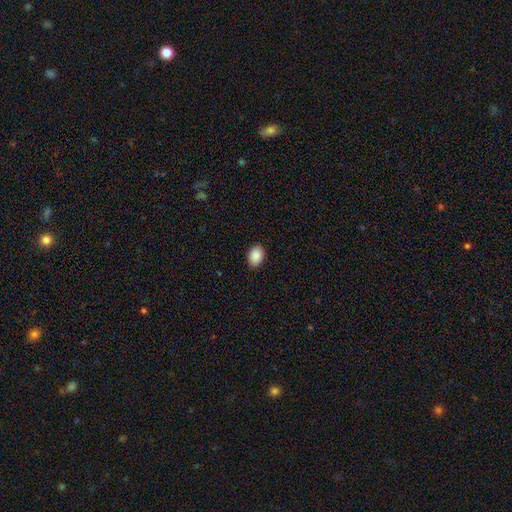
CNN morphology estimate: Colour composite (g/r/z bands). It shows a smooth galaxy with no disk features (90%) that is in between round and cigar-shaped (80%). Merging: none (89%).